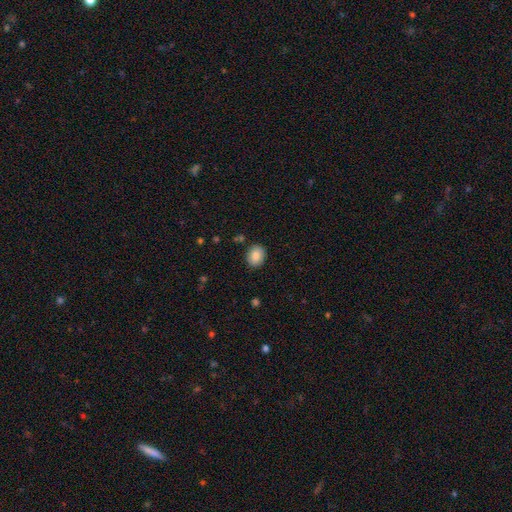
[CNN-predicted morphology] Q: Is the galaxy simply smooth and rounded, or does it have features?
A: smooth — 85%.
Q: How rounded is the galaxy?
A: in between — 51%.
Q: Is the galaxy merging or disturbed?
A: none — 87%.